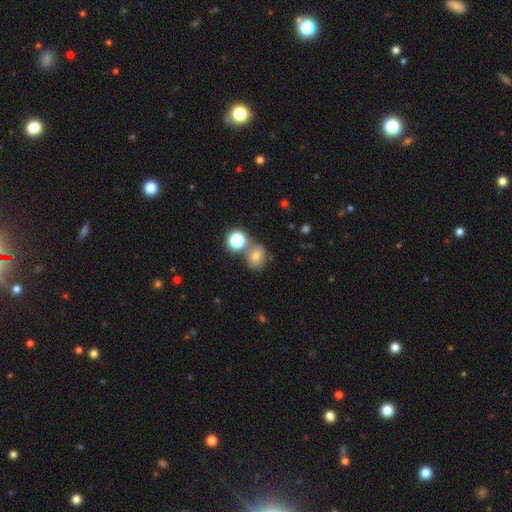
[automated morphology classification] This is likely a smooth galaxy (69%). How rounded: likely round (66%). Merging: possibly none (54%).